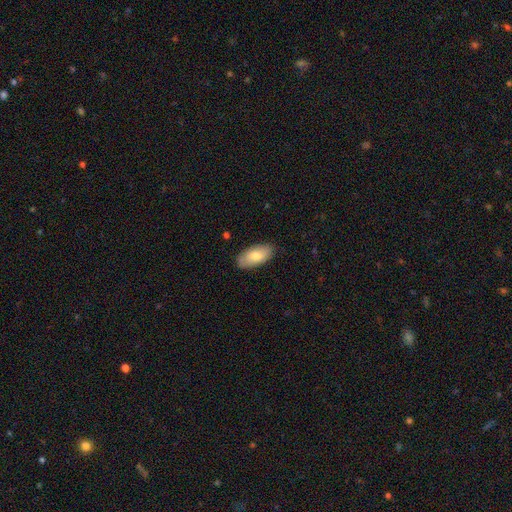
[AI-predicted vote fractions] smooth 77%, featured or disk 17%, star or artifact 6%. Down the decision tree: how rounded — in between (93%); merging — none (85%).